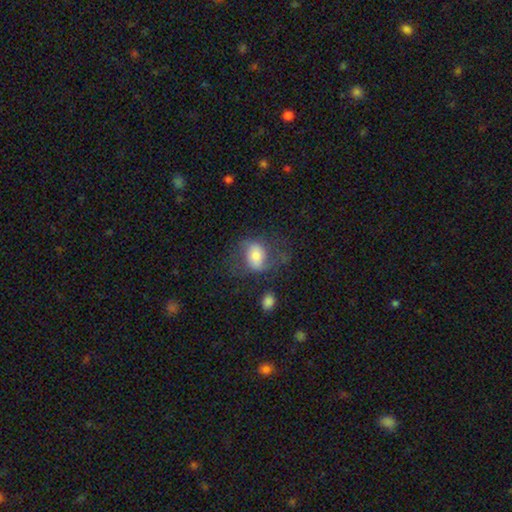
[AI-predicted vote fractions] This appears to be a smooth galaxy with no disk features (64%) that is in between round and cigar-shaped (70%). Merging: none (50%).